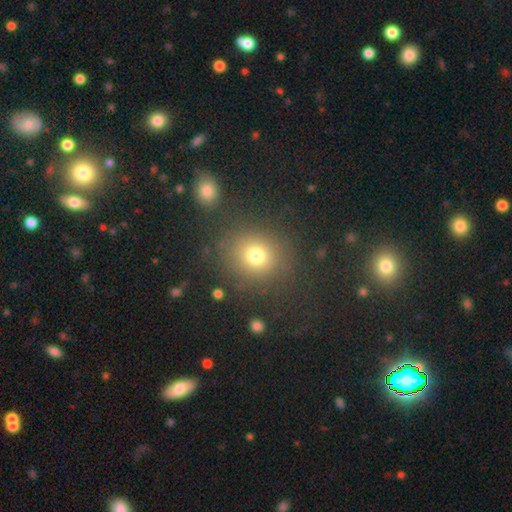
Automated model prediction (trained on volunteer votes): Smooth or featured? Predicted: smooth (p=0.75). How rounded? Predicted: round (p=0.83). Merging? Predicted: none (p=0.83).